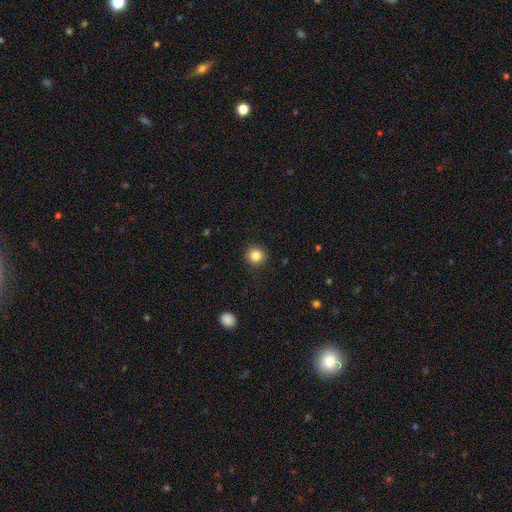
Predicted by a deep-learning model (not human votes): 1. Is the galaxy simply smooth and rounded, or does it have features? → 84% smooth, 11% star or artifact, 5% featured or disk.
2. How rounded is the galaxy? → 93% round, 6% in between, 1% cigar-shaped.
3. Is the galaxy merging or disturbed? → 91% none, 6% minor disturbance, 2% major disturbance, 1% merger.